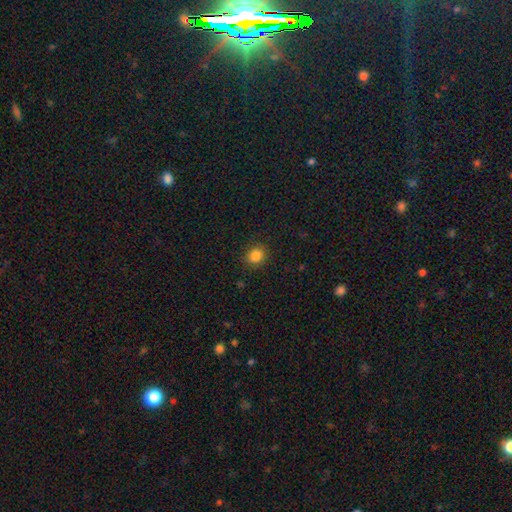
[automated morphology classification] smooth 84%, star or artifact 11%, featured or disk 5%. Down the decision tree: how rounded — round (74%); merging — none (89%).